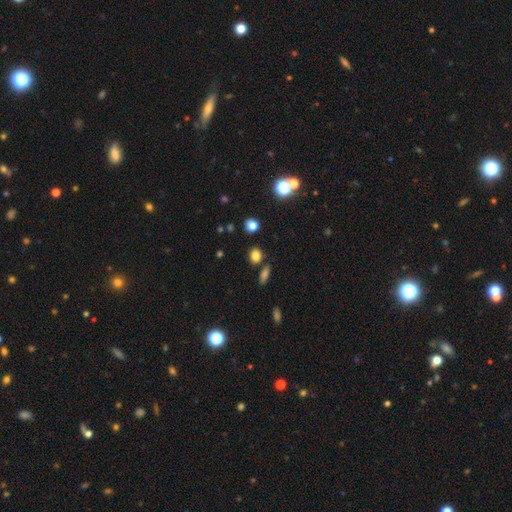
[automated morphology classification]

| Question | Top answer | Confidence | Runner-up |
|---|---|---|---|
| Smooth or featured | smooth | 79% | star or artifact (15%) |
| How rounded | round | 63% | in between (35%) |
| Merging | none | 80% | minor disturbance (9%) |